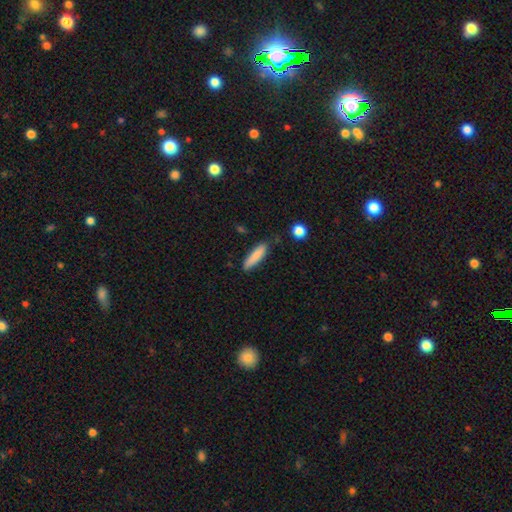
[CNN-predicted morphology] A smooth galaxy with no disk features (84%) that is cigar-shaped (75%).

Vote fractions:
- Smooth or featured? smooth: 84% / featured or disk: 10% / star or artifact: 6%
- How rounded? cigar-shaped: 75% / in between: 23% / round: 2%
- Merging? none: 80% / minor disturbance: 14% / major disturbance: 3% / merger: 3%